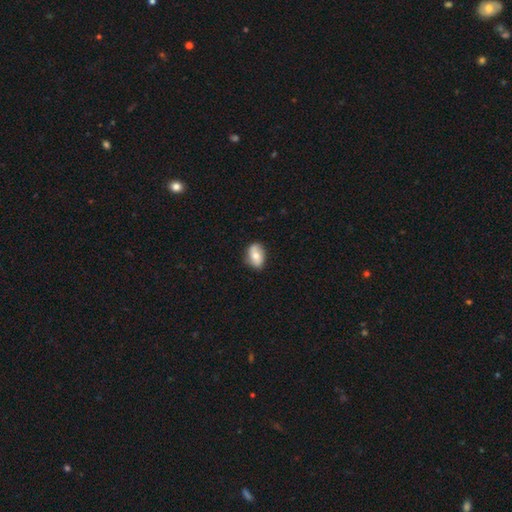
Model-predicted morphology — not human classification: The model was most divided on "smooth or featured": smooth: 65%, featured or disk: 28%, star or artifact: 7%. More confident: how rounded — in between (82%); merging — none (81%).